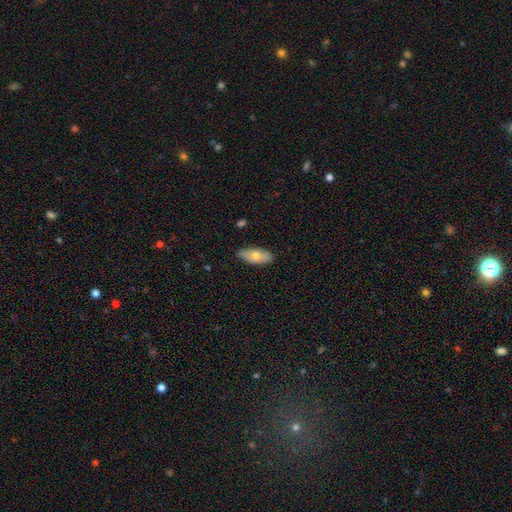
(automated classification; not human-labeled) Morphology: type=smooth (67%); roundness=in between (82%); merging=none (85%).